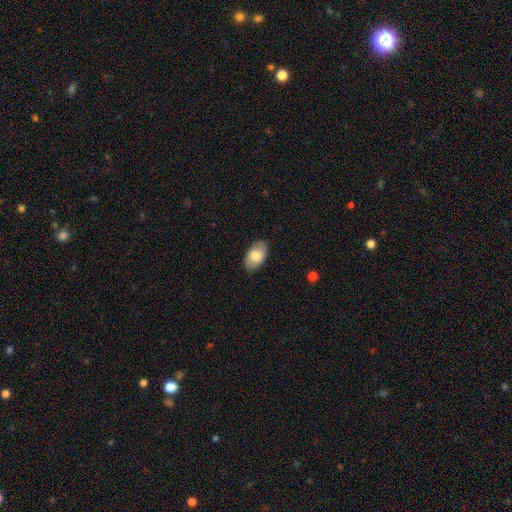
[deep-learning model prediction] Morphology: type=smooth (79%); roundness=in between (93%); merging=none (86%).